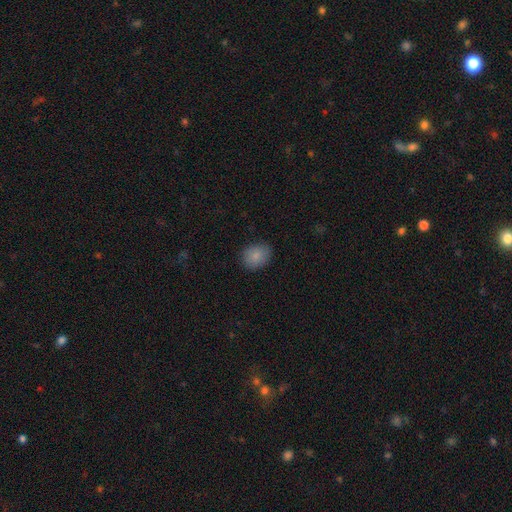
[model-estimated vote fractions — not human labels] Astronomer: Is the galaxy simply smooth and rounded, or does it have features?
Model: smooth — 86%.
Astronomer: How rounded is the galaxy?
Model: in between — 50% (runner-up: round, 49%).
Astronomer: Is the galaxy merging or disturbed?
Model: none — 82%.